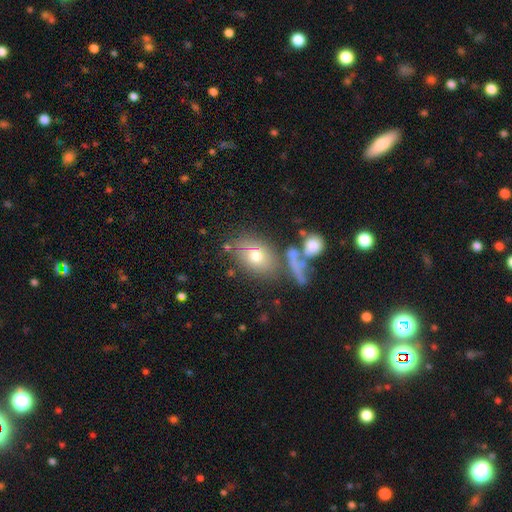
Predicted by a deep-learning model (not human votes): Morphology: type=smooth (67%); roundness=in between (71%); merging=none (59%).